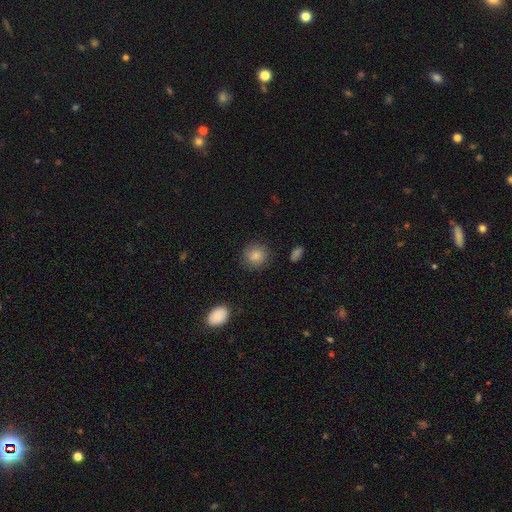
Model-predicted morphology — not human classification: Smooth or featured: smooth — 85% (star or artifact — 9%)
How rounded: round — 88% (in between — 11%)
Merging: none — 87% (minor disturbance — 9%)